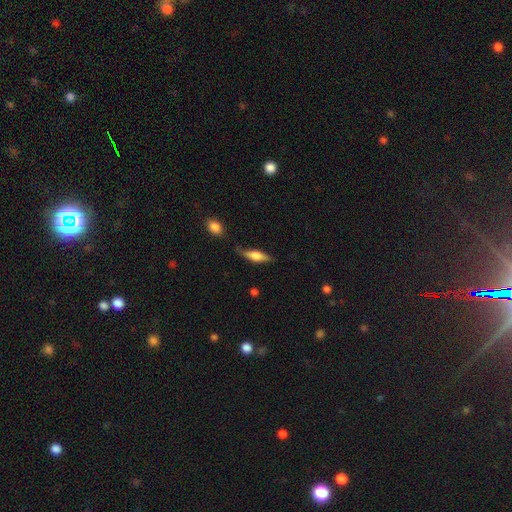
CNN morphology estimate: Smooth or featured: smooth — 52% (featured or disk — 41%)
How rounded: cigar-shaped — 54% (in between — 43%)
Merging: none — 69% (minor disturbance — 20%)